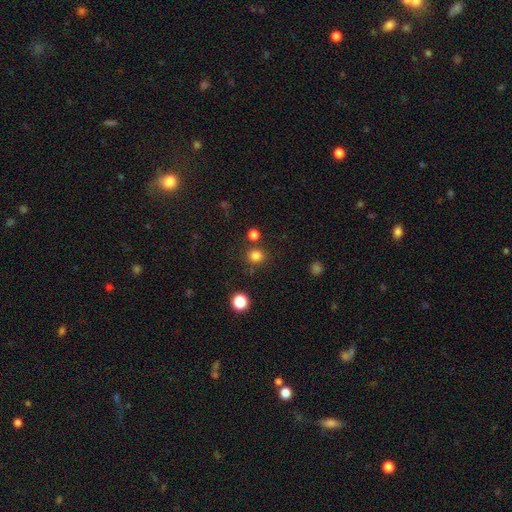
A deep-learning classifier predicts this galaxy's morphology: Q: Smooth or featured?
A: smooth (81%); runner-up: star or artifact (15%)
Q: How rounded?
A: round (90%); runner-up: in between (9%)
Q: Merging?
A: none (82%); runner-up: minor disturbance (8%)